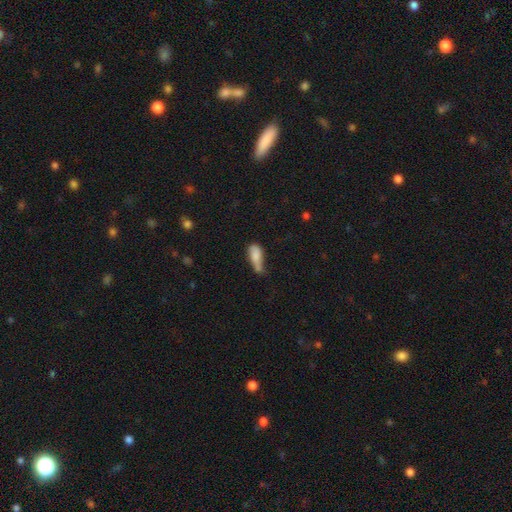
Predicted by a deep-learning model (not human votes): Smooth or featured: smooth — 78% (featured or disk — 13%)
How rounded: in between — 72% (cigar-shaped — 24%)
Merging: minor disturbance — 35% (none — 27%)